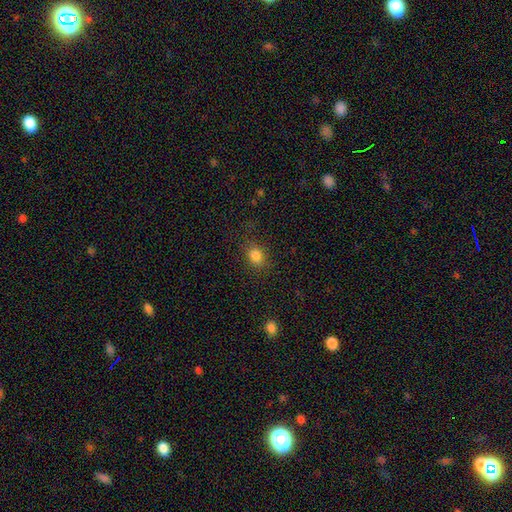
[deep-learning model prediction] Overall: smooth (83%). How rounded: in between (54%; round 44%). Merging: none (82%).